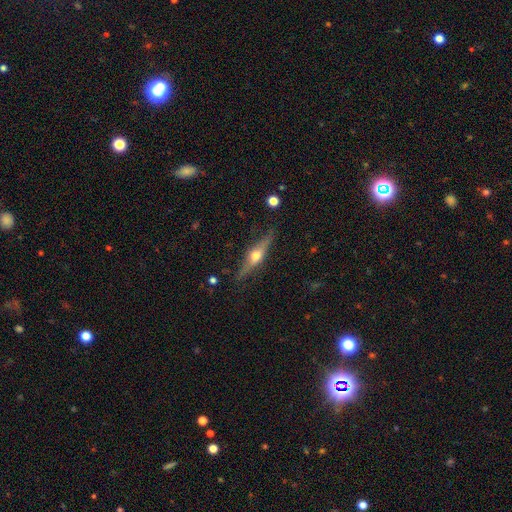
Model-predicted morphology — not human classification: The model was most divided on "smooth or featured": featured or disk: 72%, smooth: 22%, star or artifact: 7%. More confident: edge-on disk — yes (95%); edge-on bulge — rounded (95%); merging — none (84%).